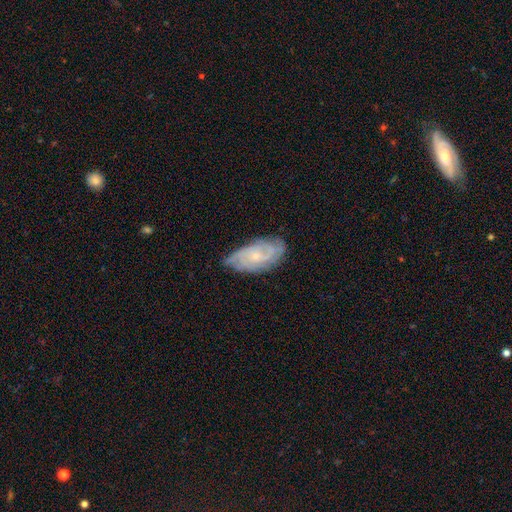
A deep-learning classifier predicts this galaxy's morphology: smooth_or_featured: featured or disk (p=0.75) [alt: smooth p=0.19]
disk_edge_on: no (p=0.94) [alt: yes p=0.06]
bar: no (p=0.69) [alt: weak p=0.27]
has_spiral_arms: yes (p=0.92) [alt: no p=0.08]
spiral_winding: tight (p=0.57) [alt: medium p=0.33]
spiral_arm_count: can't tell (p=0.36) [alt: 2 p=0.21]
bulge_size: small (p=0.68) [alt: moderate p=0.25]
merging: none (p=0.69) [alt: minor disturbance p=0.24]